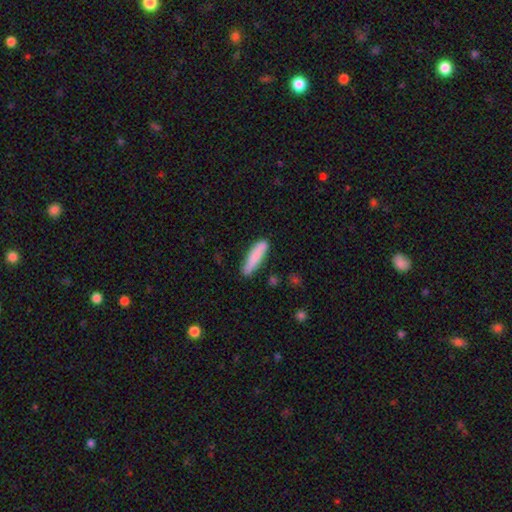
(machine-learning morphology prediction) A smooth galaxy with no disk features (83%) that is cigar-shaped (80%).

Vote fractions:
- Smooth or featured? smooth: 83% / featured or disk: 11% / star or artifact: 6%
- How rounded? cigar-shaped: 80% / in between: 18% / round: 1%
- Merging? none: 82% / minor disturbance: 13% / major disturbance: 2% / merger: 2%